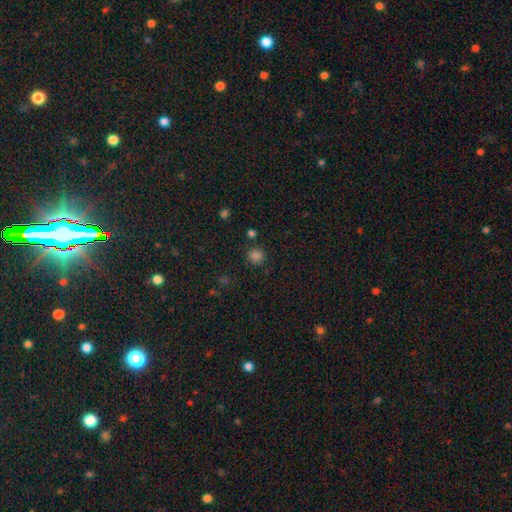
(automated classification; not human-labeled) A smooth galaxy with no disk features (81%) that is round (92%). Merging: none (85%).